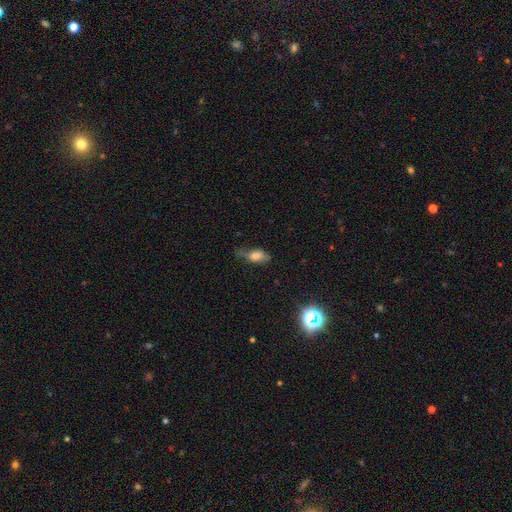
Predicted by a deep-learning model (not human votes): A smooth galaxy with no disk features (70%) that is in between round and cigar-shaped (80%).

Vote fractions:
- Smooth or featured? smooth: 70% / featured or disk: 19% / star or artifact: 11%
- How rounded? in between: 80% / cigar-shaped: 13% / round: 7%
- Merging? none: 41% / minor disturbance: 37% / major disturbance: 20% / merger: 3%